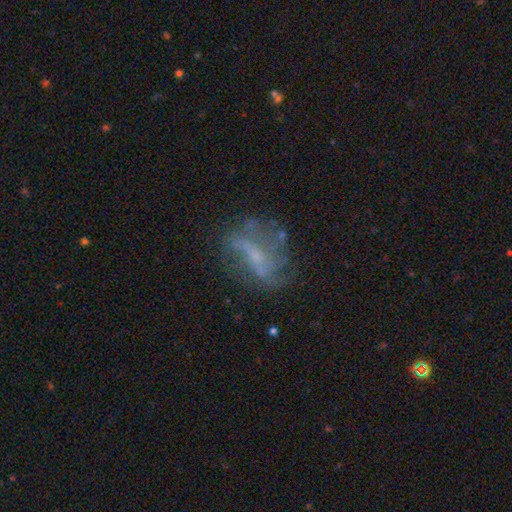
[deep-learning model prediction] This is likely a featured or disk galaxy (65%). It is clearly not viewed edge-on (92%). Bar: marginally no (40%). Spiral arm pattern: likely yes (63%). Central bulge: possibly small (51%). Merging: possibly none (54%).